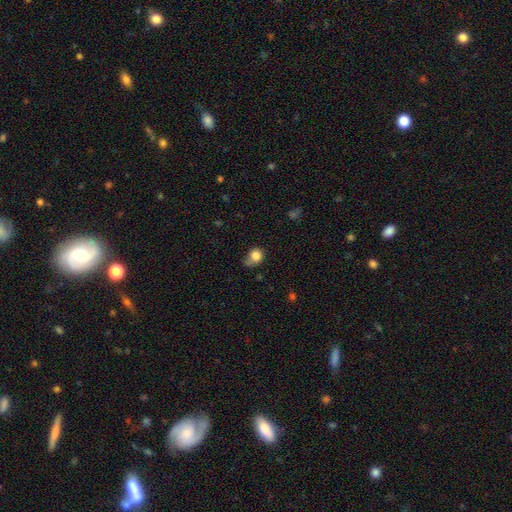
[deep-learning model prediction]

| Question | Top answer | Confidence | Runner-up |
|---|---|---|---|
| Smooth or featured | smooth | 83% | star or artifact (10%) |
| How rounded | round | 70% | in between (29%) |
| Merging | none | 45% | minor disturbance (35%) |